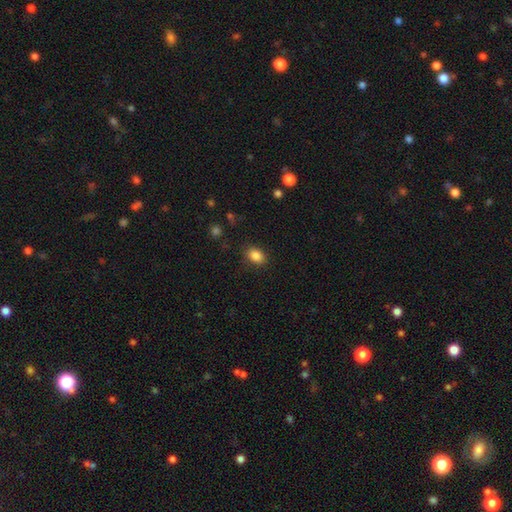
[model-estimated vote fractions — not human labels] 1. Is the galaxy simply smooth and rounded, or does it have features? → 86% smooth, 9% star or artifact, 5% featured or disk.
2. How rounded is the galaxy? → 77% in between, 22% round, 1% cigar-shaped.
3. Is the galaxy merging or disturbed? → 86% none, 10% minor disturbance, 3% major disturbance, 1% merger.